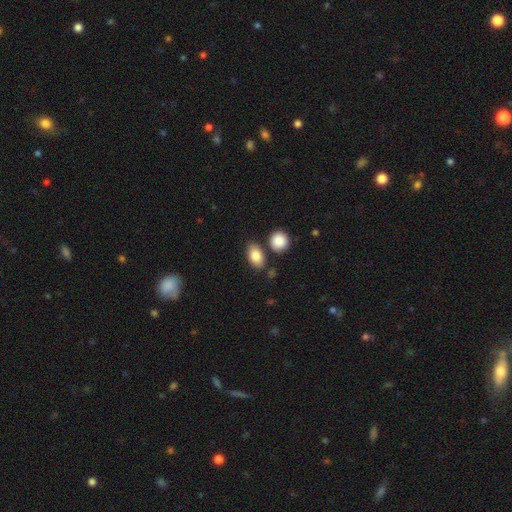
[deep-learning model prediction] The model was most divided on "merging": none: 75%, minor disturbance: 12%, merger: 10%, major disturbance: 3%. More confident: how rounded — in between (88%); smooth or featured — smooth (85%).